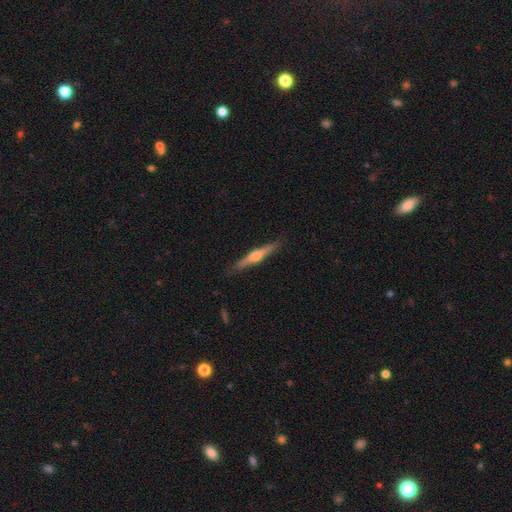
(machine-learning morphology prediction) Smooth or featured?
  - featured or disk: 69% *
  - smooth: 26%
  - star or artifact: 5%
Edge-on disk?
  - yes: 98% *
  - no: 2%
Edge-on bulge?
  - rounded: 86% *
  - boxy: 8%
  - none: 6%
Merging?
  - none: 89% *
  - minor disturbance: 9%
  - major disturbance: 2%
  - merger: 1%